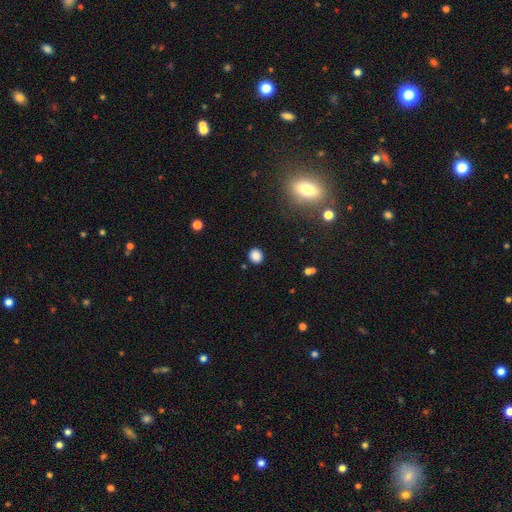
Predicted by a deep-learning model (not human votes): Smooth or featured: smooth — 84% (star or artifact — 12%)
How rounded: round — 84% (in between — 15%)
Merging: none — 89% (minor disturbance — 7%)